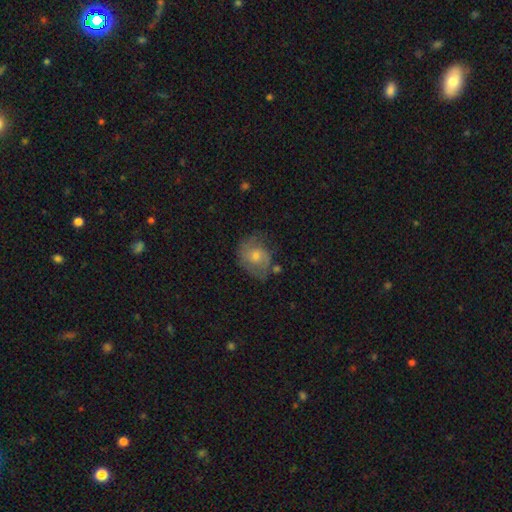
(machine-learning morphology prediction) Smooth or featured?
  - featured or disk: 50% *
  - smooth: 41%
  - star or artifact: 9%
Merging?
  - none: 58% *
  - minor disturbance: 26%
  - major disturbance: 12%
  - merger: 3%